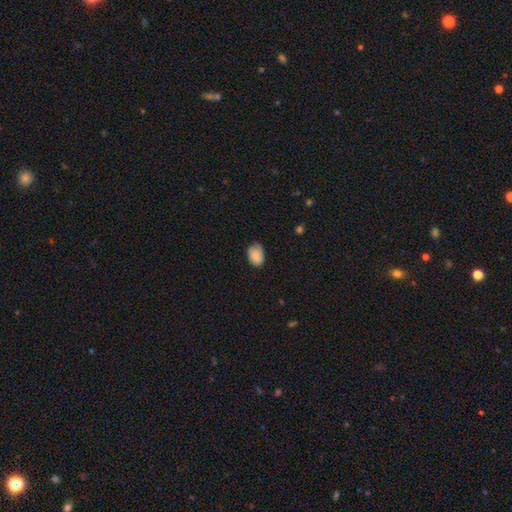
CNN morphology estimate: Smooth or featured? smooth (86%)
How rounded? in between (83%)
Merging? none (69%)